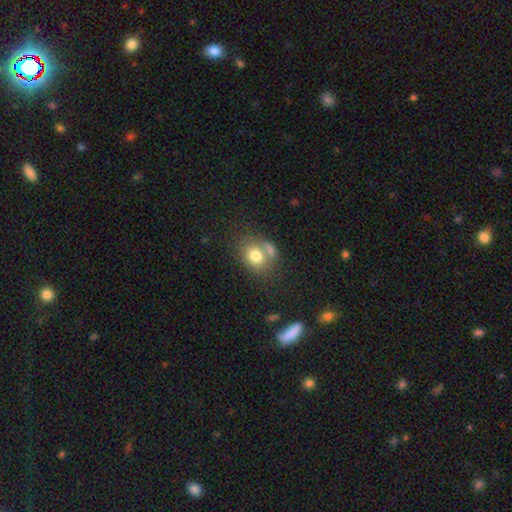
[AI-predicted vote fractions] This appears to be a smooth galaxy with no disk features (76%) that is in between round and cigar-shaped (49%, tied with round). Merging: none (48%).